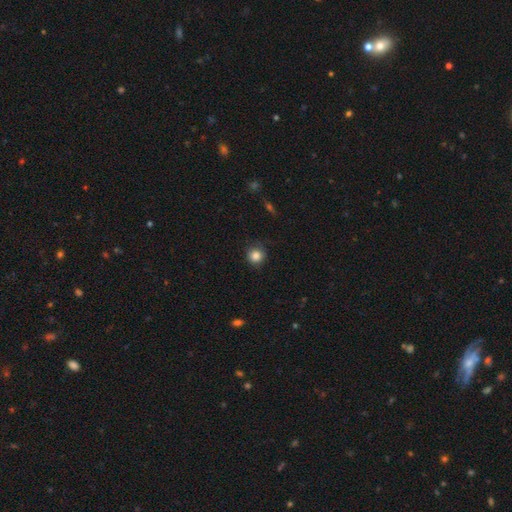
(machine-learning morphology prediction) smooth-or-featured: smooth: 84% | star or artifact: 10% | featured or disk: 5%
  how-rounded: round: 93% | in between: 6% | cigar-shaped: 1%
  merging: none: 83% | minor disturbance: 13% | major disturbance: 3% | merger: 1%